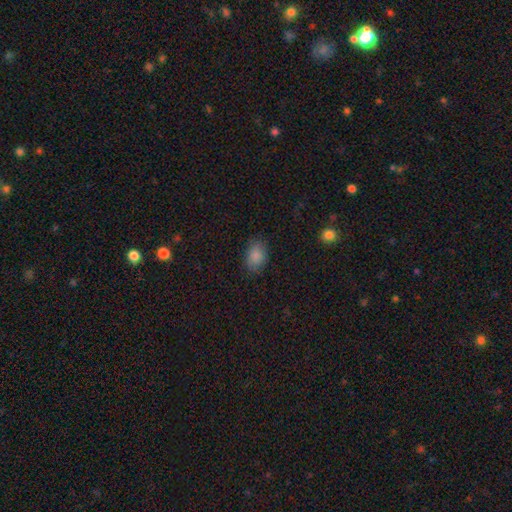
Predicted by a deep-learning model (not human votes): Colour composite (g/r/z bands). It shows a smooth galaxy with no disk features (85%) that is in between round and cigar-shaped (78%). Merging: none (81%).